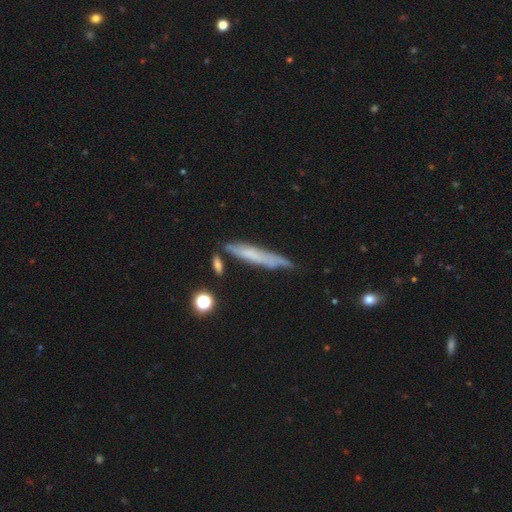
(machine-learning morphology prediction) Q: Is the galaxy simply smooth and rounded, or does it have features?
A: smooth — 50%.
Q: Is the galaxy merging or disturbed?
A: none — 66%.